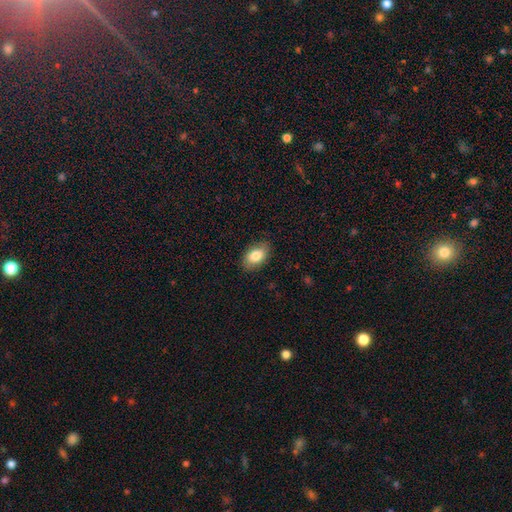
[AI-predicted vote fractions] Smooth or featured?
  - smooth: 82% *
  - featured or disk: 11%
  - star or artifact: 7%
How rounded?
  - in between: 91% *
  - round: 8%
  - cigar-shaped: 1%
Merging?
  - none: 86% *
  - minor disturbance: 11%
  - major disturbance: 2%
  - merger: 1%